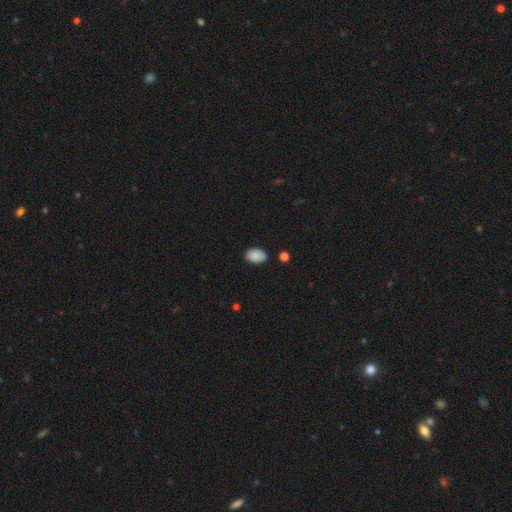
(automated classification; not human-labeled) Overall: smooth (88%). How rounded: in between (85%). Merging: none (82%).